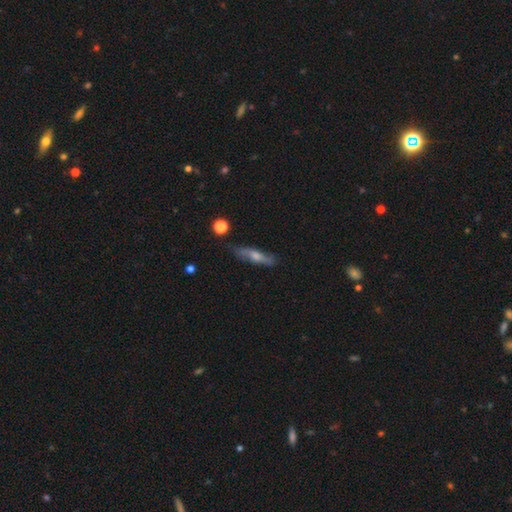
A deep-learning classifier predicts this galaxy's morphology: Smooth or featured?
  - featured or disk: 51% *
  - smooth: 40%
  - star or artifact: 9%
Edge-on disk?
  - yes: 74% *
  - no: 26%
Merging?
  - none: 80% *
  - minor disturbance: 15%
  - major disturbance: 3%
  - merger: 2%